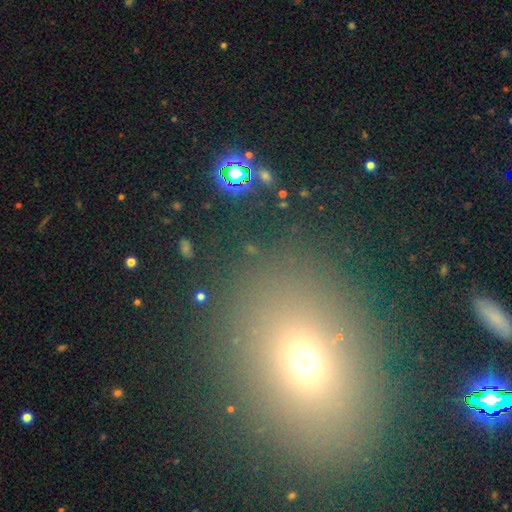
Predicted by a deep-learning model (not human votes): Smooth or featured: smooth — 55% (star or artifact — 34%)
How rounded: in between — 51% (round — 47%)
Merging: none — 84% (minor disturbance — 8%)